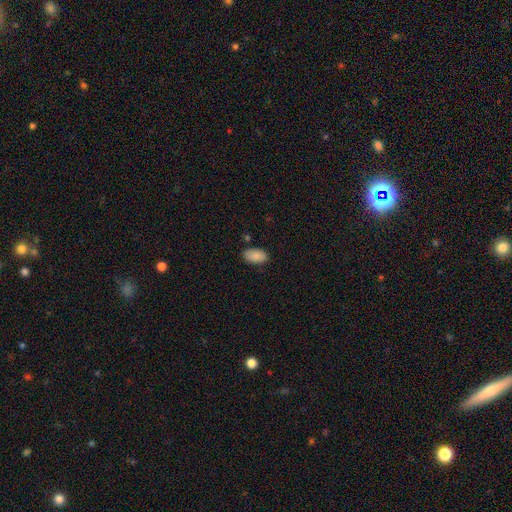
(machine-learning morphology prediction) This is clearly a smooth galaxy (88%). How rounded: clearly in between (94%). Merging: clearly none (83%).